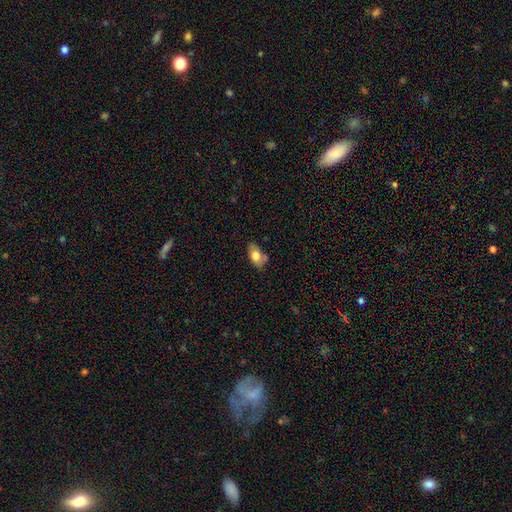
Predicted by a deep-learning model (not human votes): Smooth or featured? smooth (73%)
How rounded? in between (91%)
Merging? none (56%)